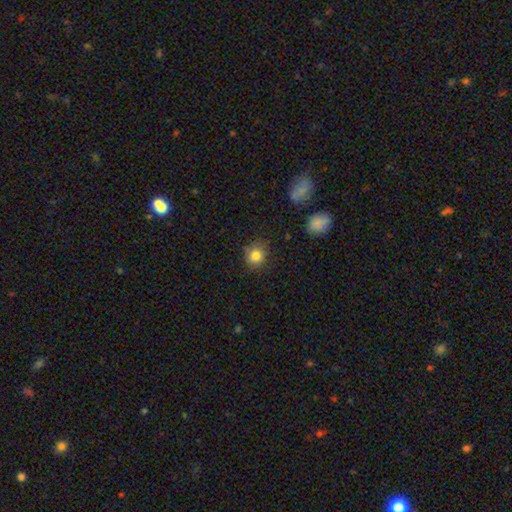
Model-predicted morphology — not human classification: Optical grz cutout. It shows a smooth galaxy with no disk features (83%) that is round (83%). Merging: none (82%).